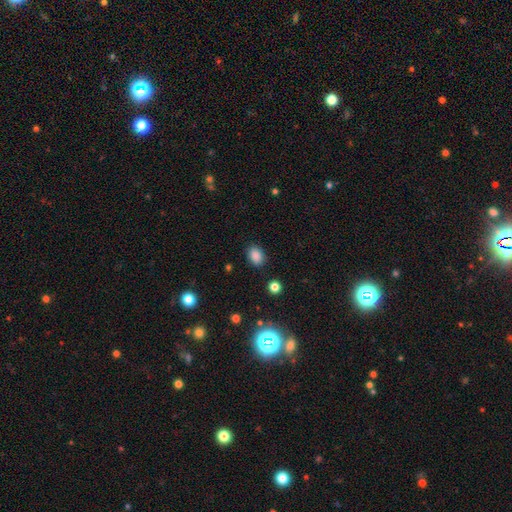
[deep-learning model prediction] Q: Smooth or featured?
A: smooth (86%); runner-up: star or artifact (10%)
Q: How rounded?
A: in between (69%); runner-up: round (30%)
Q: Merging?
A: none (85%); runner-up: minor disturbance (10%)